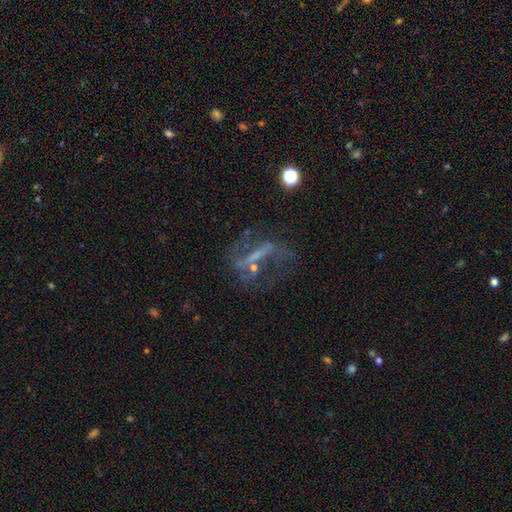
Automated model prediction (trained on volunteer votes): smooth-or-featured: featured or disk: 64% | star or artifact: 20% | smooth: 17%
  disk-edge-on: no: 83% | yes: 17%
    bar: strong: 46% | no: 27% | weak: 27%
    has-spiral-arms: no: 51% | yes: 49%
    bulge-size: none: 48% | small: 35% | moderate: 13% | large: 3% | dominant: 1%
  merging: none: 47% | major disturbance: 31% | minor disturbance: 16% | merger: 6%